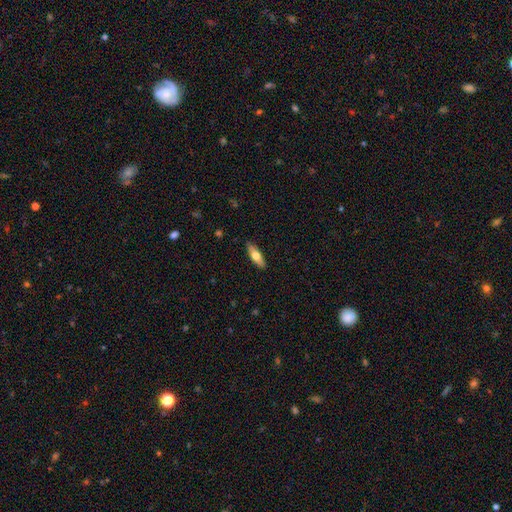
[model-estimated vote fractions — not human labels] A smooth galaxy with no disk features (62%) that is in between round and cigar-shaped (52%).

Vote fractions:
- Smooth or featured? smooth: 62% / featured or disk: 33% / star or artifact: 6%
- How rounded? in between: 52% / cigar-shaped: 46% / round: 2%
- Merging? none: 89% / minor disturbance: 9% / major disturbance: 2% / merger: 1%